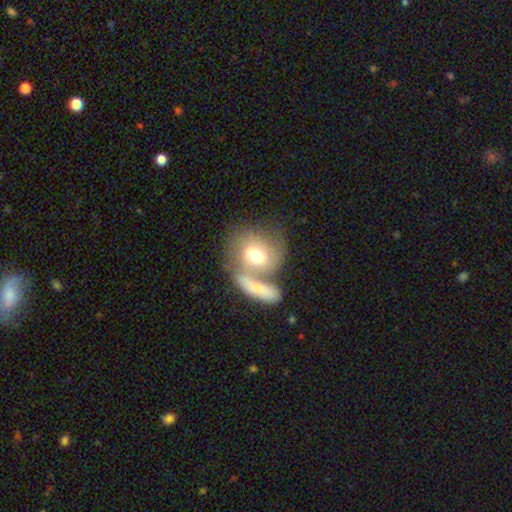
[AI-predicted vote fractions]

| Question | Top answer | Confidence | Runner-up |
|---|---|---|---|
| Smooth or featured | smooth | 40% | featured or disk (39%) |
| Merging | merger | 42% | none (41%) |